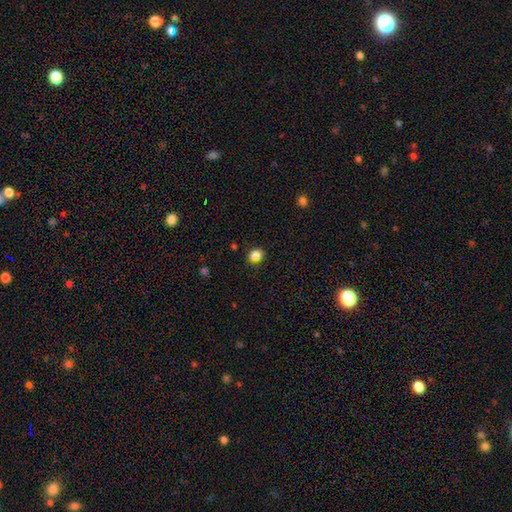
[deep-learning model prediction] smooth 84%, star or artifact 11%, featured or disk 4%. Down the decision tree: how rounded — round (56%); merging — none (78%).